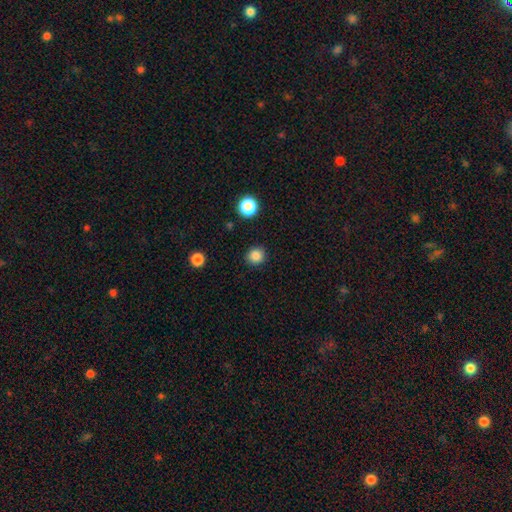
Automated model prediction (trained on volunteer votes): Q: Smooth or featured?
A: smooth (85%); runner-up: star or artifact (11%)
Q: How rounded?
A: round (89%); runner-up: in between (10%)
Q: Merging?
A: none (90%); runner-up: minor disturbance (6%)